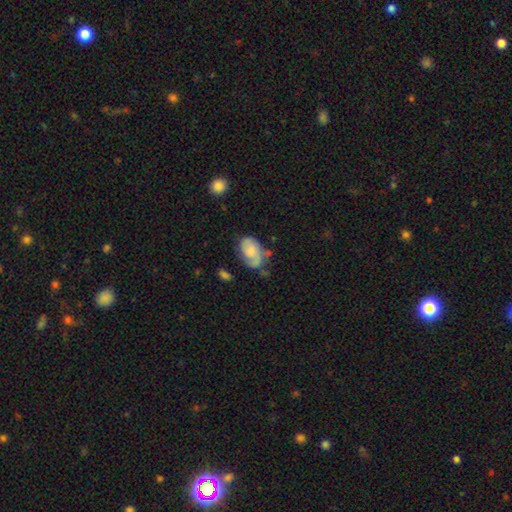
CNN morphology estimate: Overall: featured or disk (46%; smooth 37%). Merging: none (59%; minor disturbance 25%).